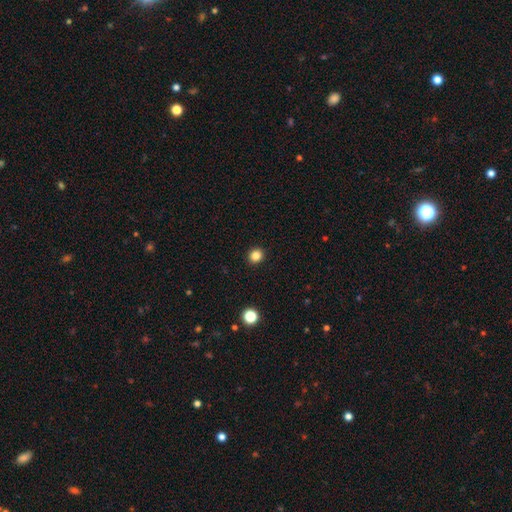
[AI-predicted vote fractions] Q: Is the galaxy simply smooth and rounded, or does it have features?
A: smooth — 84%.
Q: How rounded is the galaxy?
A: round — 83%.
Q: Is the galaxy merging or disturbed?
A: none — 93%.